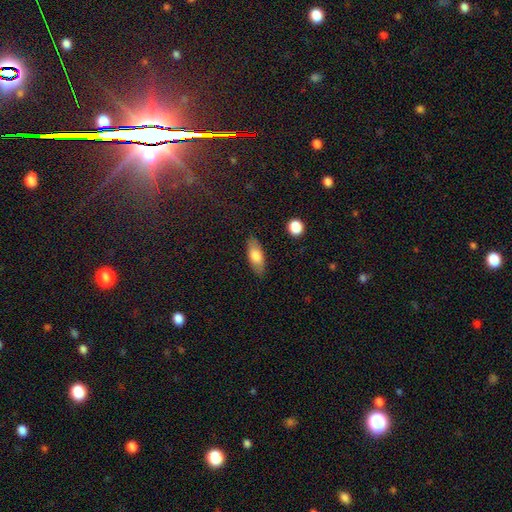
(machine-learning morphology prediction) The model was most divided on "smooth or featured": smooth: 75%, featured or disk: 18%, star or artifact: 6%. More confident: merging — none (85%); how rounded — in between (79%).